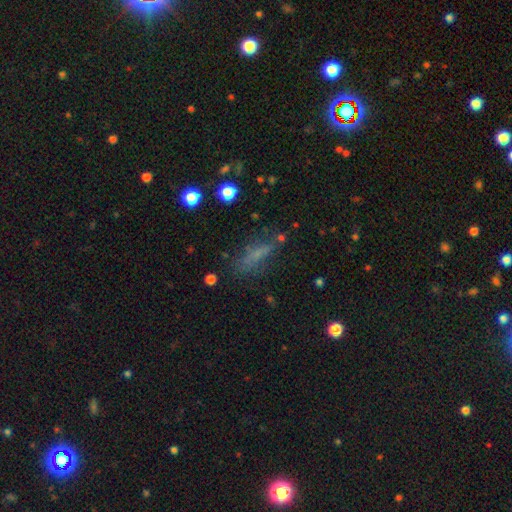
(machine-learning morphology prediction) Smooth or featured? smooth (57%)
How rounded? cigar-shaped (59%)
Merging? none (61%)